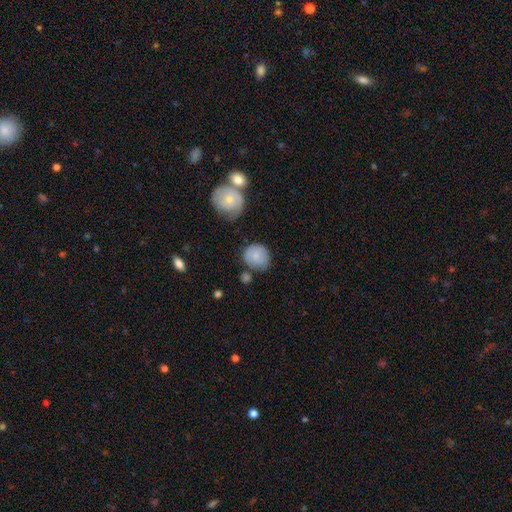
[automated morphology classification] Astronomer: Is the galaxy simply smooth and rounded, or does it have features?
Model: smooth — 79%.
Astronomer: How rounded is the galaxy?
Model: round — 77%.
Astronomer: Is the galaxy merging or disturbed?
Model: none — 65%.